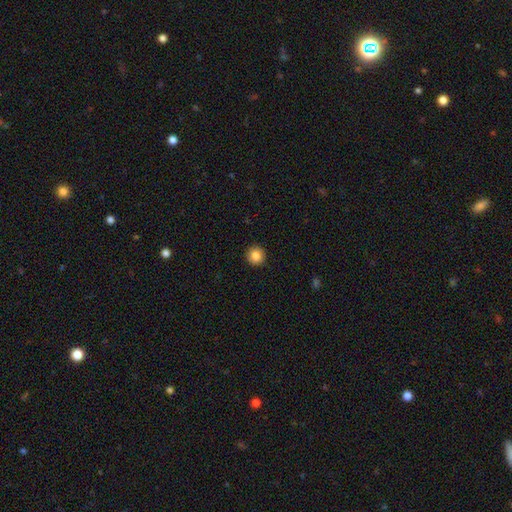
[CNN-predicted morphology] Q: Smooth or featured?
A: smooth (86%); runner-up: star or artifact (9%)
Q: How rounded?
A: round (95%); runner-up: in between (4%)
Q: Merging?
A: none (93%); runner-up: minor disturbance (4%)